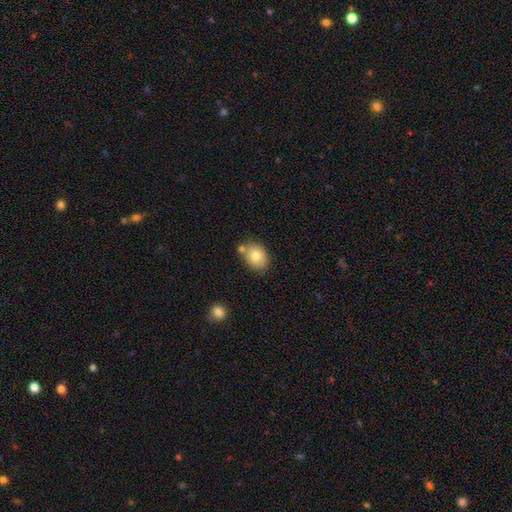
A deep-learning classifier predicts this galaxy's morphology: Smooth or featured: smooth — 79% (featured or disk — 12%)
How rounded: in between — 64% (round — 36%)
Merging: none — 65% (merger — 16%)